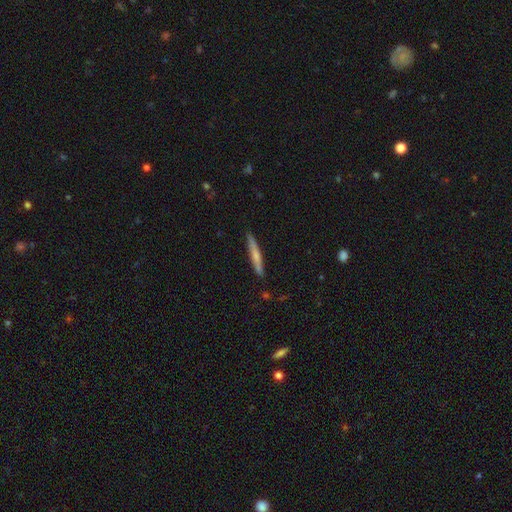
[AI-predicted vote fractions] Smooth or featured? smooth (58%)
How rounded? cigar-shaped (95%)
Merging? none (89%)